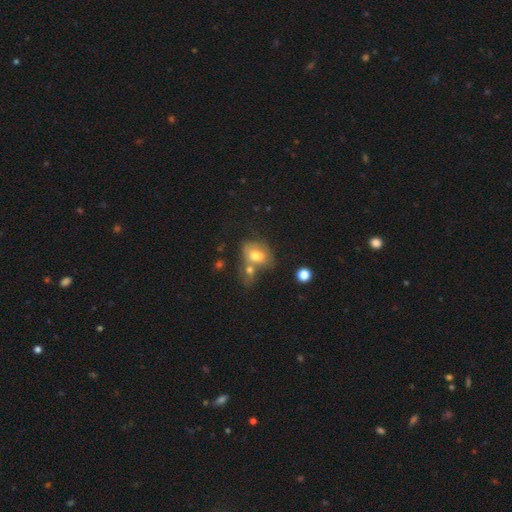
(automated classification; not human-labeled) Overall: smooth (69%). How rounded: in between (71%). Merging: merger (48%; none 30%).